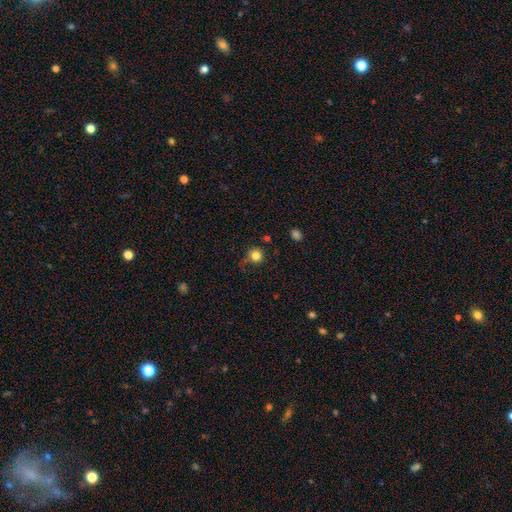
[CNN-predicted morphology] This is clearly a smooth galaxy (82%). How rounded: clearly round (92%). Merging: likely none (73%).